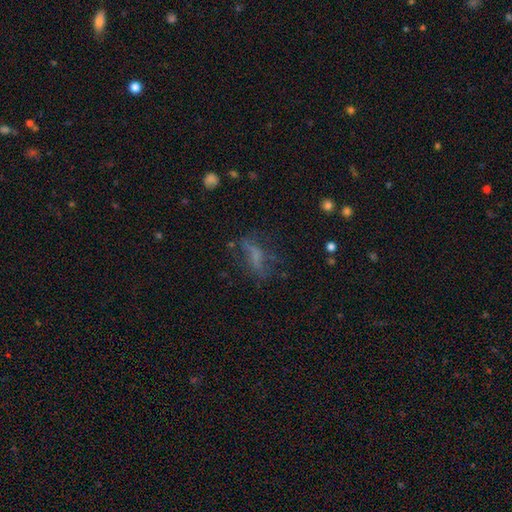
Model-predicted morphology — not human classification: type=smooth (42%); merging=none (49%).